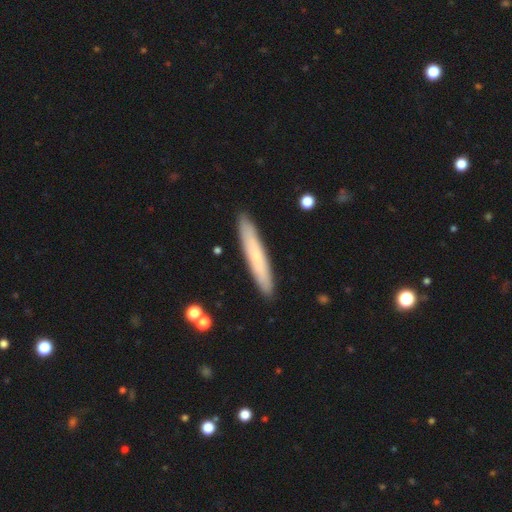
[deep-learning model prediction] Smooth or featured: smooth — 64% (featured or disk — 30%)
How rounded: cigar-shaped — 94% (in between — 5%)
Merging: none — 90% (minor disturbance — 7%)